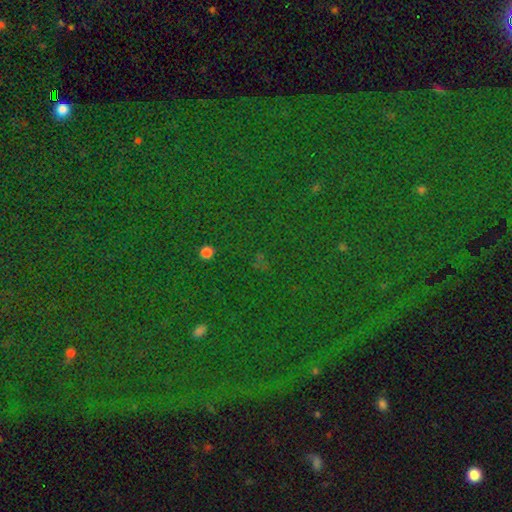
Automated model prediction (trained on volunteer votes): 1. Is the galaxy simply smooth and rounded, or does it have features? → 77% star or artifact, 14% smooth, 9% featured or disk.